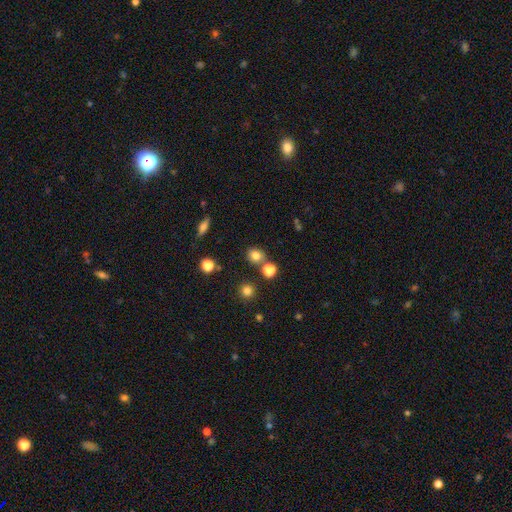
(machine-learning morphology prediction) Smooth or featured? smooth (78%)
How rounded? round (72%)
Merging? none (73%)